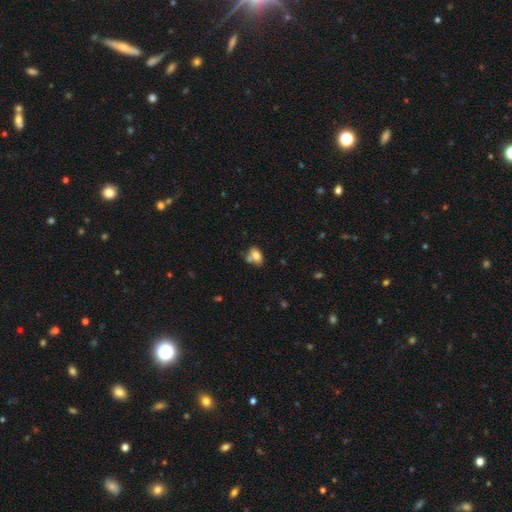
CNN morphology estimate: This appears to be a smooth galaxy with no disk features (77%) that is in between round and cigar-shaped (83%). Merging: none (49%).